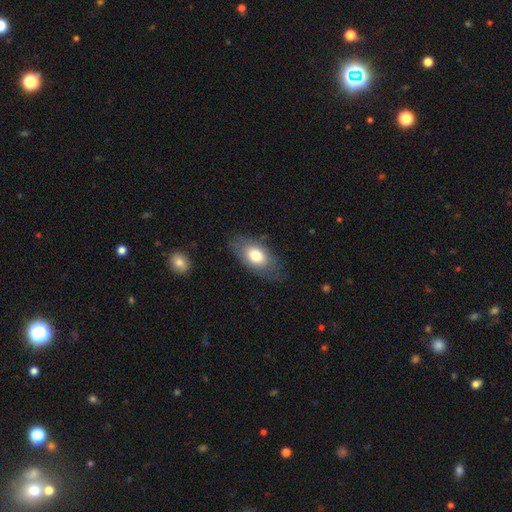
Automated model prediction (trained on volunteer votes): Smooth or featured? smooth (73%)
How rounded? in between (89%)
Merging? none (74%)